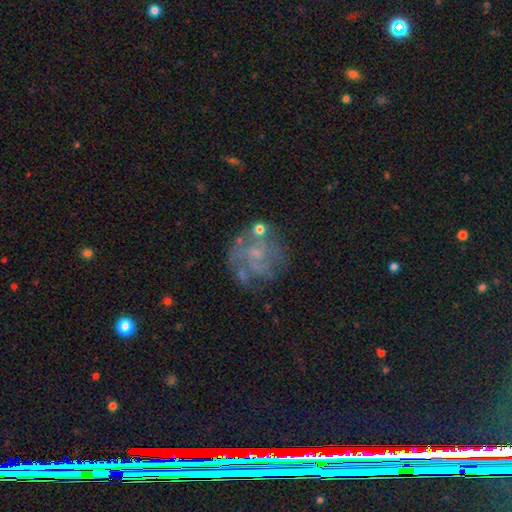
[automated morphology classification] Smooth or featured? Predicted: featured or disk (p=0.66). Edge-on disk? Predicted: no (p=0.98). Bar? Predicted: no (p=0.77). Spiral arms? Predicted: yes (p=0.56). Bulge size? Predicted: small (p=0.48). Merging? Predicted: none (p=0.54).